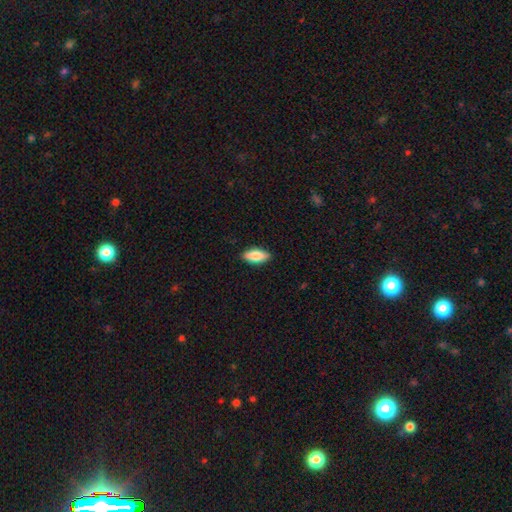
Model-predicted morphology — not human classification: Smooth or featured? Predicted: smooth (p=0.82). How rounded? Predicted: in between (p=0.83). Merging? Predicted: none (p=0.88).